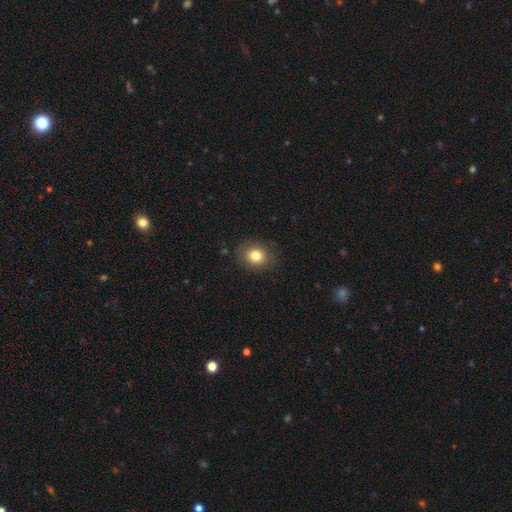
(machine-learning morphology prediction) Q: Smooth or featured?
A: smooth (80%); runner-up: star or artifact (10%)
Q: How rounded?
A: round (70%); runner-up: in between (29%)
Q: Merging?
A: none (85%); runner-up: minor disturbance (11%)